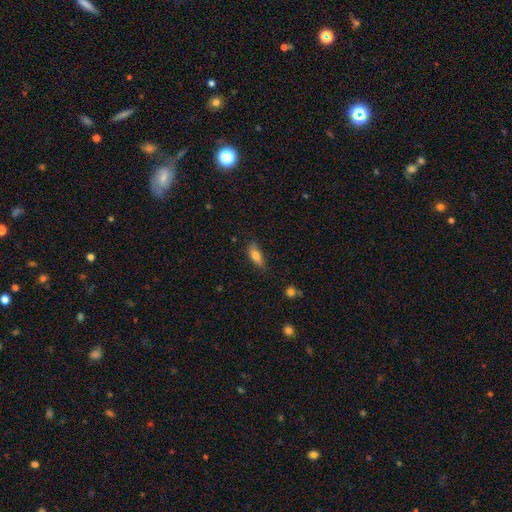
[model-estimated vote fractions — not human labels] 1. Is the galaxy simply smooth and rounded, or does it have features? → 75% smooth, 17% featured or disk, 8% star or artifact.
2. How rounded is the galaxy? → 70% in between, 27% cigar-shaped, 3% round.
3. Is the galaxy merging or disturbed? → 69% none, 24% minor disturbance, 5% major disturbance, 2% merger.